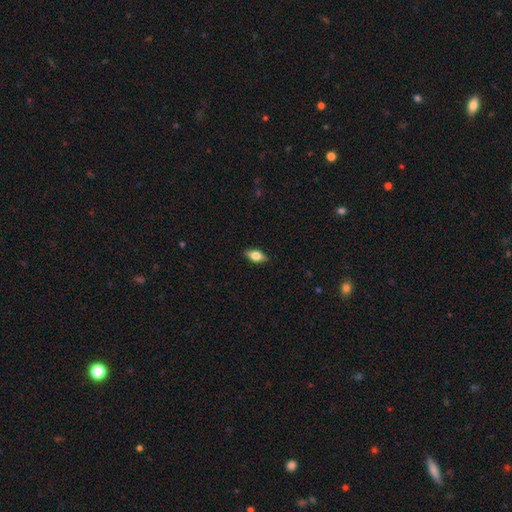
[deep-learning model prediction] A smooth galaxy with no disk features (65%) that is in between round and cigar-shaped (84%).

Vote fractions:
- Smooth or featured? smooth: 65% / featured or disk: 28% / star or artifact: 7%
- How rounded? in between: 84% / cigar-shaped: 11% / round: 5%
- Merging? none: 87% / minor disturbance: 10% / major disturbance: 2% / merger: 1%